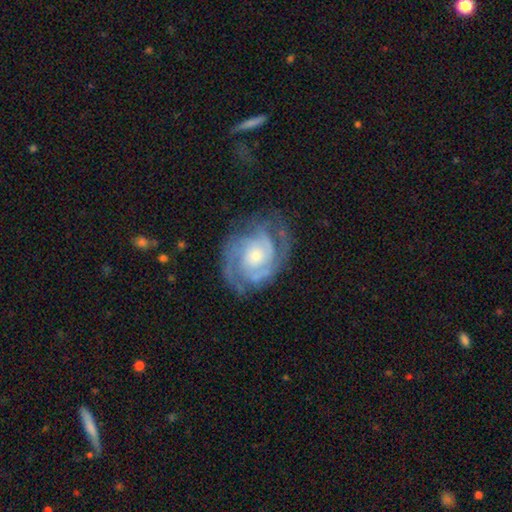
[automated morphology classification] Q: Smooth or featured?
A: featured or disk (87%); runner-up: smooth (8%)
Q: Edge-on disk?
A: no (97%); runner-up: yes (3%)
Q: Bar?
A: no (74%); runner-up: weak (21%)
Q: Spiral arms?
A: yes (95%); runner-up: no (5%)
Q: Spiral winding?
A: tight (62%); runner-up: medium (31%)
Q: Spiral arm count?
A: 2 (40%); runner-up: can't tell (23%)
Q: Bulge size?
A: small (55%); runner-up: moderate (39%)
Q: Merging?
A: none (68%); runner-up: minor disturbance (20%)